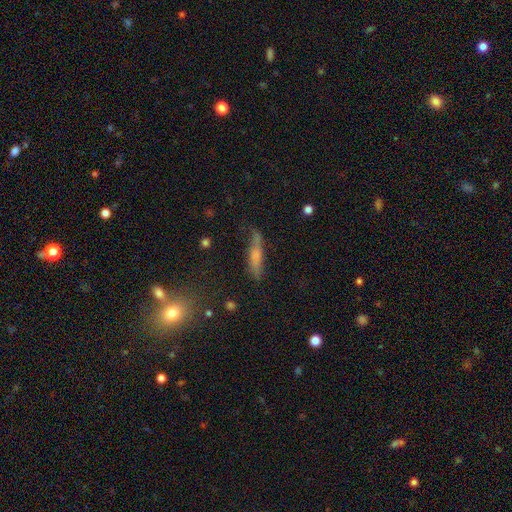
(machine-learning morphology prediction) This appears to be a smooth galaxy with no disk features (58%) that is cigar-shaped (75%). Merging: none (57%).